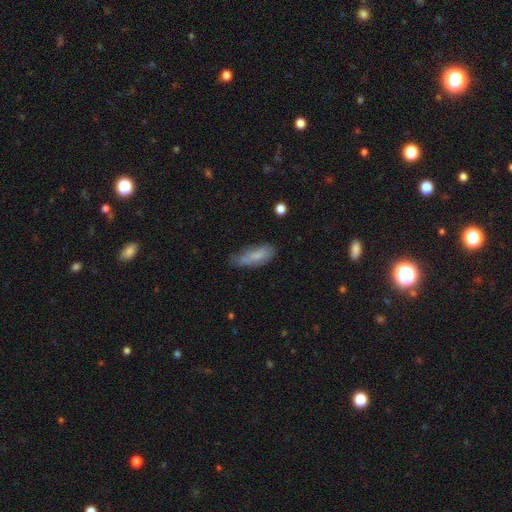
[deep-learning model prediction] Morphology: type=smooth (76%); roundness=in between (64%); merging=none (50%).